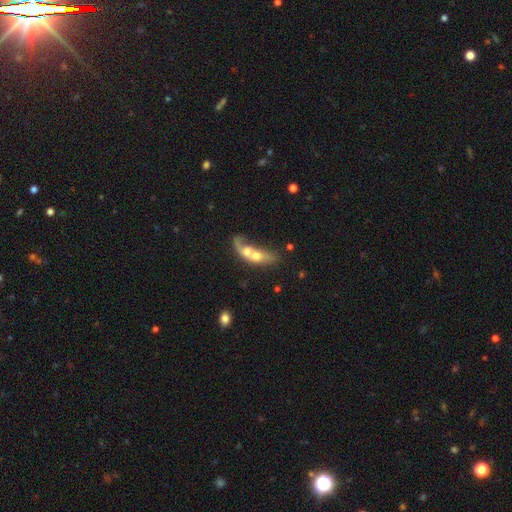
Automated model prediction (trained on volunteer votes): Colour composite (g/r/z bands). It shows a smooth galaxy with no disk features (47%). Merging: merger (72%).